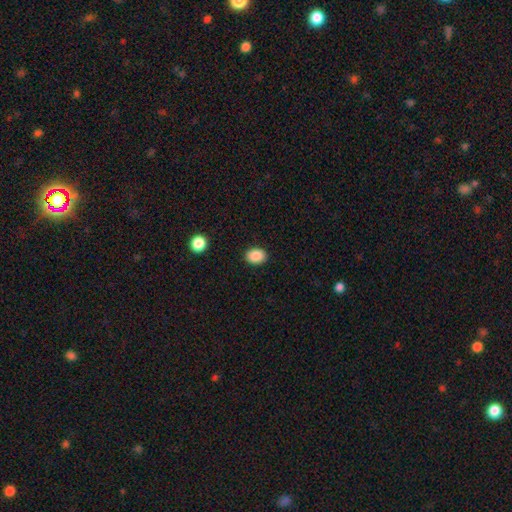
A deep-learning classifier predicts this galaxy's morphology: Smooth or featured?
  - smooth: 89% *
  - star or artifact: 8%
  - featured or disk: 3%
How rounded?
  - in between: 68% *
  - round: 31%
  - cigar-shaped: 1%
Merging?
  - none: 89% *
  - minor disturbance: 7%
  - major disturbance: 2%
  - merger: 1%